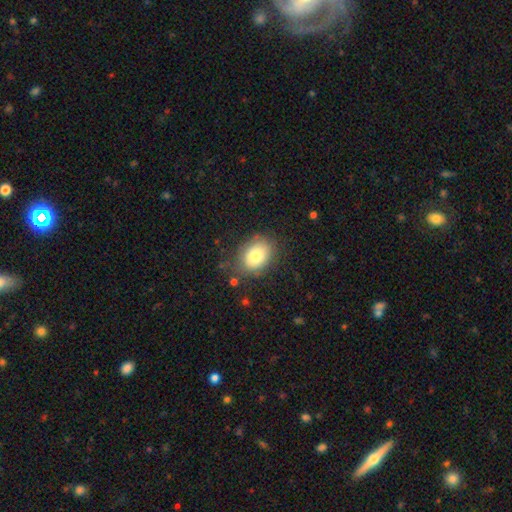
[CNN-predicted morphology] smooth_or_featured: smooth (p=0.78) [alt: featured or disk p=0.13]
how_rounded: in between (p=0.69) [alt: round p=0.30]
merging: none (p=0.77) [alt: minor disturbance p=0.15]